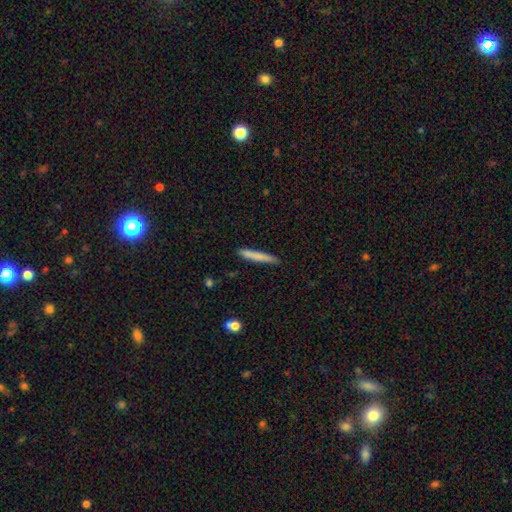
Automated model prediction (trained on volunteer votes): smooth-or-featured: smooth: 75% | featured or disk: 19% | star or artifact: 6%
  how-rounded: cigar-shaped: 95% | in between: 3% | round: 1%
  merging: none: 86% | minor disturbance: 10% | major disturbance: 2% | merger: 2%